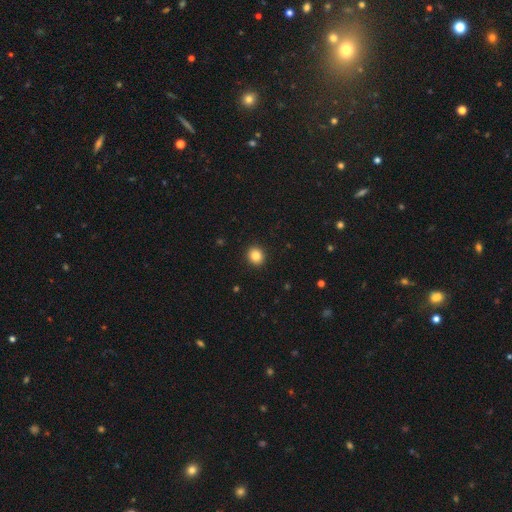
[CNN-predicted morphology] Q: Smooth or featured?
A: smooth (84%); runner-up: star or artifact (11%)
Q: How rounded?
A: round (84%); runner-up: in between (16%)
Q: Merging?
A: none (92%); runner-up: minor disturbance (5%)